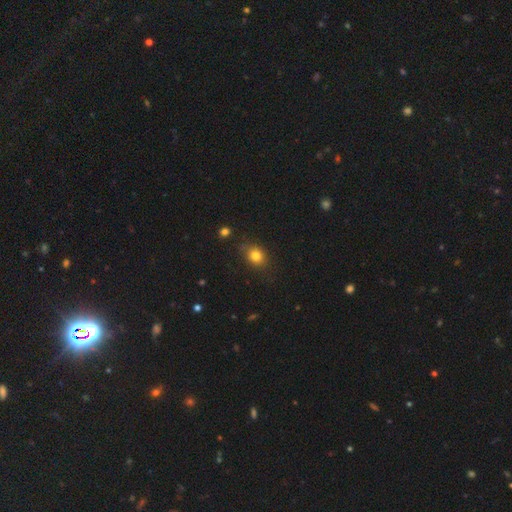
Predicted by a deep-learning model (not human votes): This appears to be a smooth galaxy with no disk features (80%) that is round (50%). Merging: none (78%).